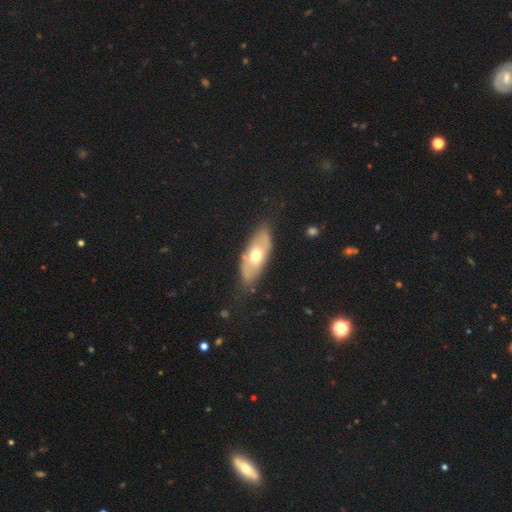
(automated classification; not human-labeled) Morphology: type=smooth (51%); roundness=in between (80%); merging=none (78%).